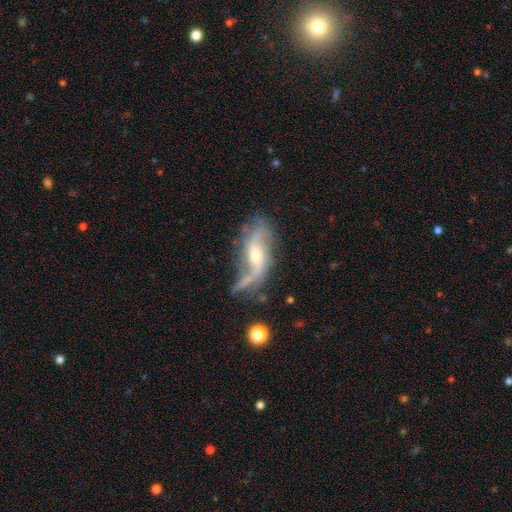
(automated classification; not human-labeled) Smooth or featured?
  - featured or disk: 87% *
  - smooth: 7%
  - star or artifact: 6%
Edge-on disk?
  - no: 93% *
  - yes: 7%
Bar?
  - no: 47% *
  - weak: 38%
  - strong: 15%
Spiral arms?
  - yes: 95% *
  - no: 5%
Spiral winding?
  - loose: 74% *
  - medium: 20%
  - tight: 6%
Spiral arm count?
  - 2: 84% *
  - can't tell: 6%
  - 1: 5%
  - 3: 3%
  - 4: 1%
  - more than 4: 1%
Bulge size?
  - moderate: 48% *
  - small: 47%
  - large: 2%
  - none: 2%
  - dominant: 1%
Merging?
  - none: 53% *
  - minor disturbance: 23%
  - major disturbance: 17%
  - merger: 7%